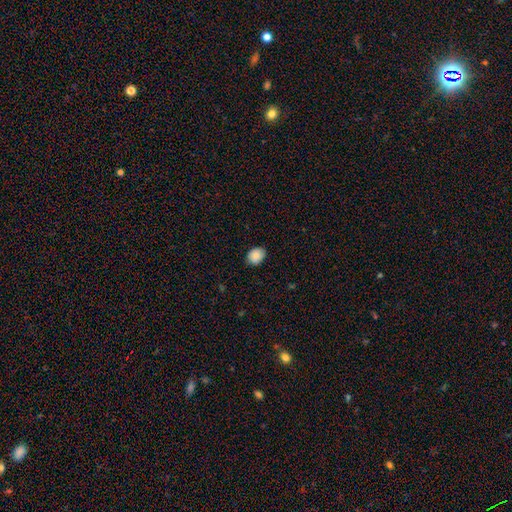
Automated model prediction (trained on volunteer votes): Smooth or featured? Predicted: smooth (p=0.87). How rounded? Predicted: in between (p=0.53). Merging? Predicted: none (p=0.85).